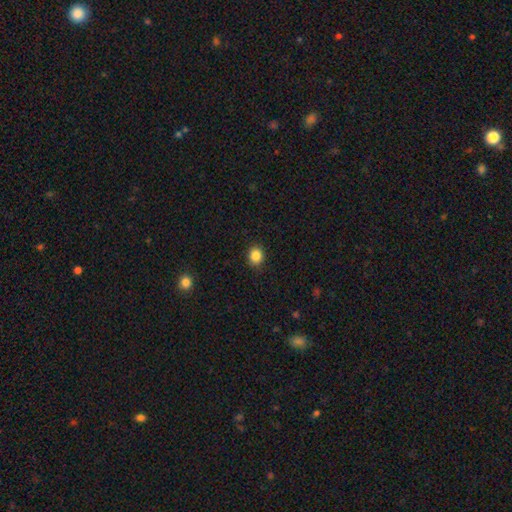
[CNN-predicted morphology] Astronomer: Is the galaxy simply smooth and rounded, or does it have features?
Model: smooth — 86%.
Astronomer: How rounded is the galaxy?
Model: round — 77%.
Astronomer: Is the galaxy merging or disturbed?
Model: none — 89%.